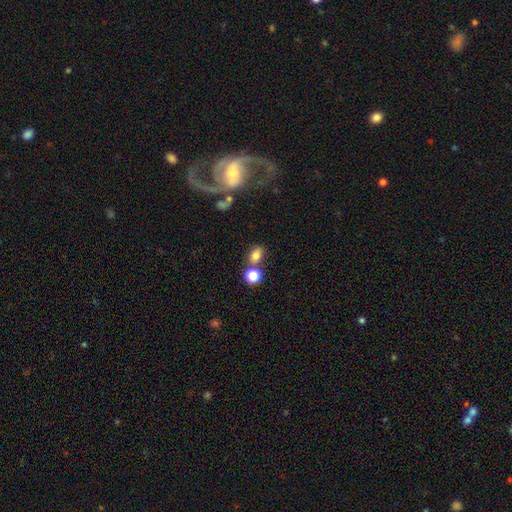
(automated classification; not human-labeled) smooth-or-featured: smooth: 78% | star or artifact: 13% | featured or disk: 9%
  how-rounded: in between: 66% | round: 32% | cigar-shaped: 2%
  merging: none: 59% | merger: 23% | minor disturbance: 13% | major disturbance: 5%